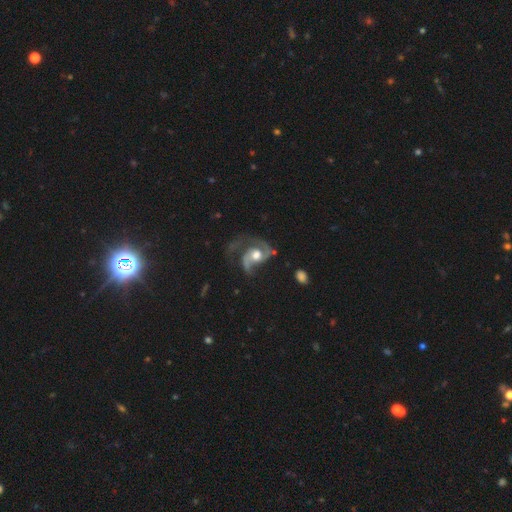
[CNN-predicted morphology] This appears to be a featured or disk galaxy (85%) with no bar (66%), 2 (78%) medium (47%) spiral arms (94%) and a moderate central bulge (59%). Merging: none (40%).